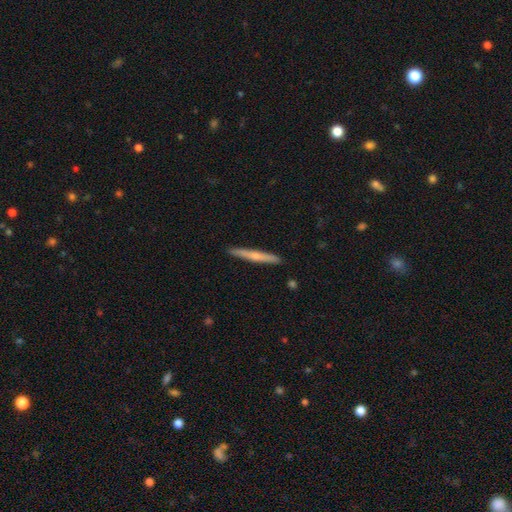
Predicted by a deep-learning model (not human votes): smooth-or-featured: smooth: 51% | featured or disk: 44% | star or artifact: 5%
  how-rounded: cigar-shaped: 96% | in between: 3% | round: 1%
  merging: none: 91% | minor disturbance: 6% | major disturbance: 1% | merger: 1%